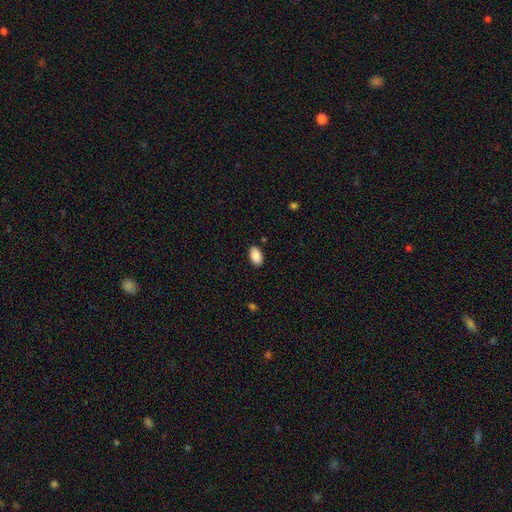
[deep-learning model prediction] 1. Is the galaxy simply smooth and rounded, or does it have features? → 89% smooth, 7% star or artifact, 4% featured or disk.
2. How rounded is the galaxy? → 94% in between, 5% round, 1% cigar-shaped.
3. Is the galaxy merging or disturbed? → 88% none, 9% minor disturbance, 2% major disturbance, 1% merger.